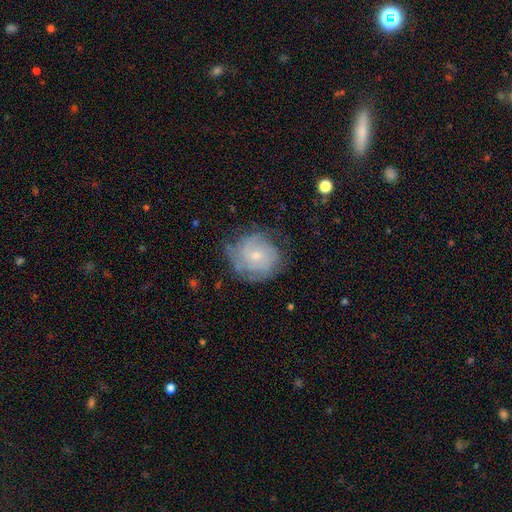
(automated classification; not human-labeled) This is likely a featured or disk galaxy (69%). It is clearly not viewed edge-on (98%). Bar: likely no (67%). Spiral arm pattern: clearly yes (89%). Spiral arm count: marginally can't tell (42%). Spiral winding: likely tight (65%). Central bulge: likely small (64%). Merging: likely none (69%).